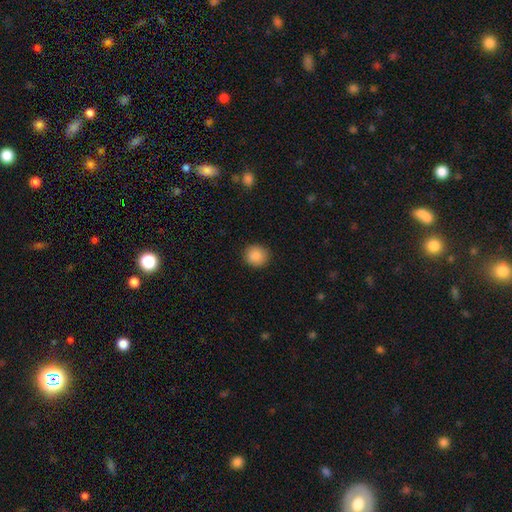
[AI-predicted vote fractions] The model was most divided on "how rounded": round: 89%, in between: 10%, cigar-shaped: 1%. More confident: merging — none (89%); smooth or featured — smooth (88%).